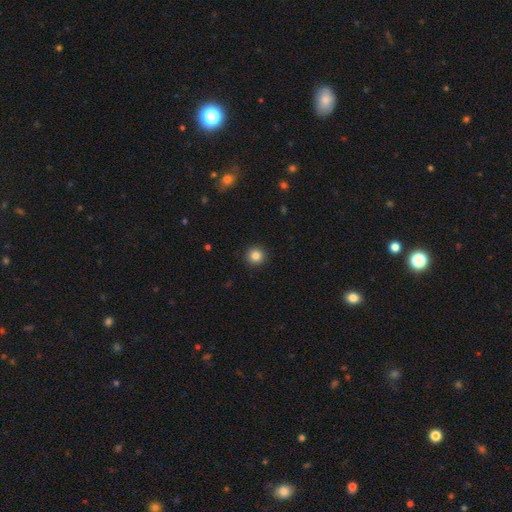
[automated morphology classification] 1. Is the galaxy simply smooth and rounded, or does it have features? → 84% smooth, 10% star or artifact, 5% featured or disk.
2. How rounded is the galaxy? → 95% round, 4% in between, 1% cigar-shaped.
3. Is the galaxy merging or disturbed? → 93% none, 5% minor disturbance, 2% major disturbance, 1% merger.